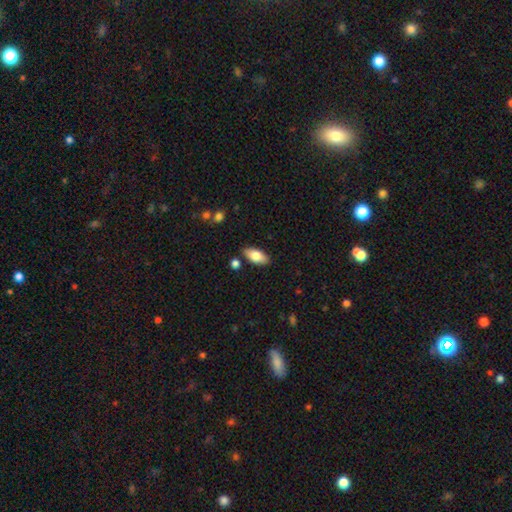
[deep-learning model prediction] The model was most divided on "smooth or featured": smooth: 77%, featured or disk: 17%, star or artifact: 6%. More confident: how rounded — in between (89%); merging — none (84%).